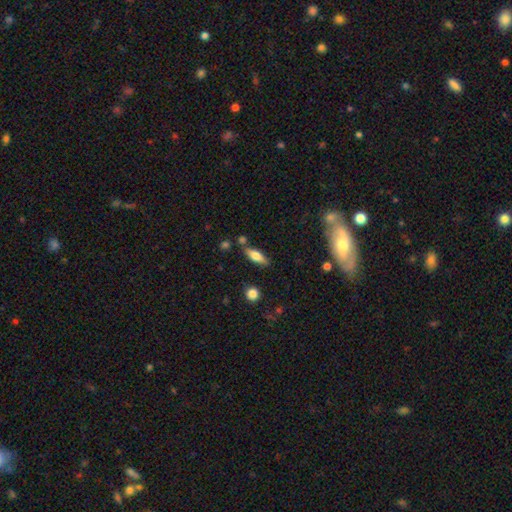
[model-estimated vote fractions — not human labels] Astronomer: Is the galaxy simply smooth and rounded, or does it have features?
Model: smooth — 66%.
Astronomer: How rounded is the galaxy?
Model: in between — 60% (runner-up: cigar-shaped, 37%).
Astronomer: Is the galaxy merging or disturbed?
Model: none — 76%.